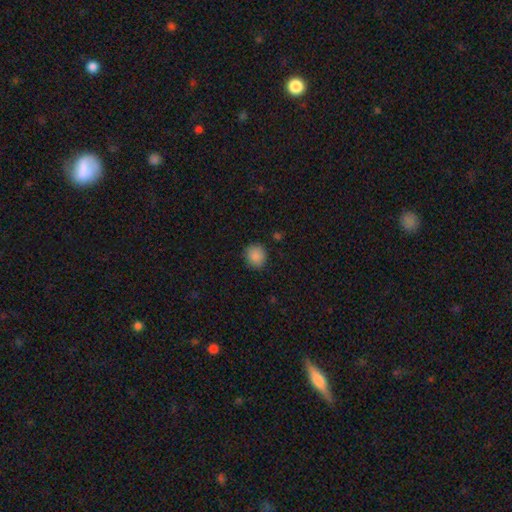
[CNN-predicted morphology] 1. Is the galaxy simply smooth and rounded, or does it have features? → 87% smooth, 9% star or artifact, 3% featured or disk.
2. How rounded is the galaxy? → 83% round, 16% in between, 1% cigar-shaped.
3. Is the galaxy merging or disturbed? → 85% none, 11% minor disturbance, 3% major disturbance, 1% merger.